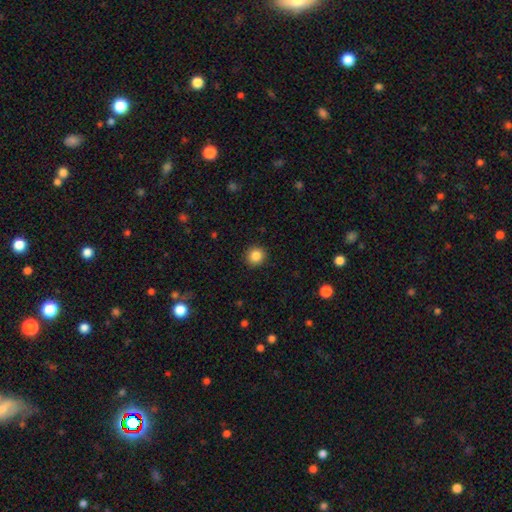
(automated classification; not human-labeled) Smooth or featured? Predicted: smooth (p=0.85). How rounded? Predicted: round (p=0.92). Merging? Predicted: none (p=0.92).